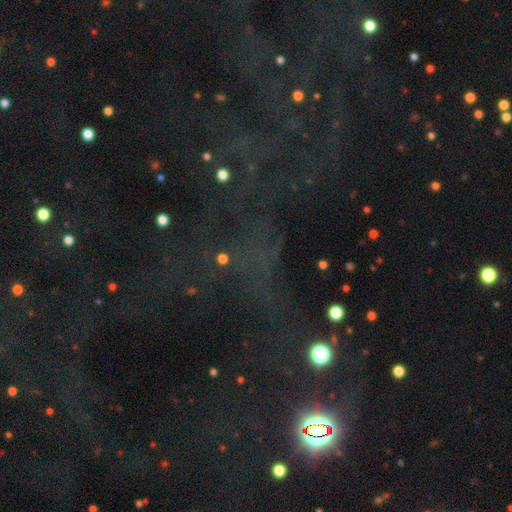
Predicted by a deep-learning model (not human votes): Smooth or featured: star or artifact — 74% (smooth — 14%)